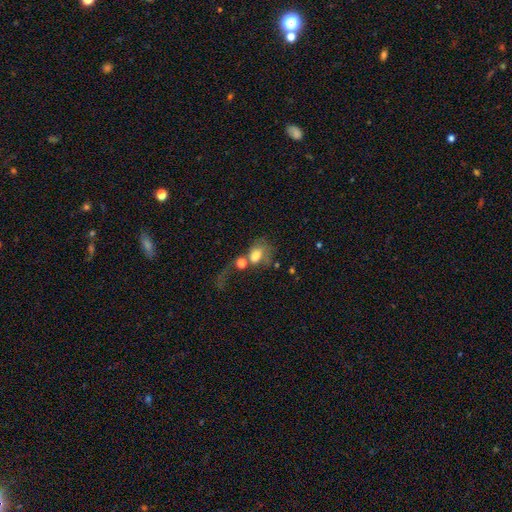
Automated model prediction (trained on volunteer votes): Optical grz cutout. It shows a smooth galaxy with no disk features (69%) that is in between round and cigar-shaped (63%). Merging: merger (37%).